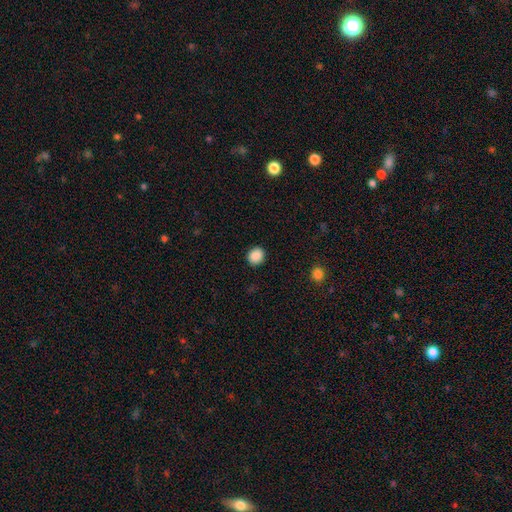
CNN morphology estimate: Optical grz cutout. It shows a smooth galaxy with no disk features (89%) that is round (71%). Merging: none (90%).